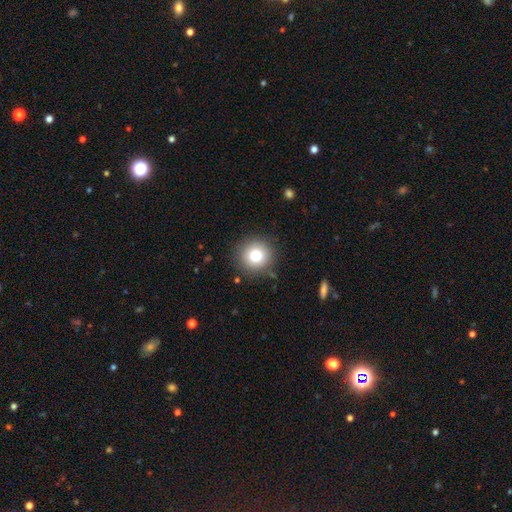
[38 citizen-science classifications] A smooth galaxy with no disk features (89%) that is round (94%). Merging: none (97%).